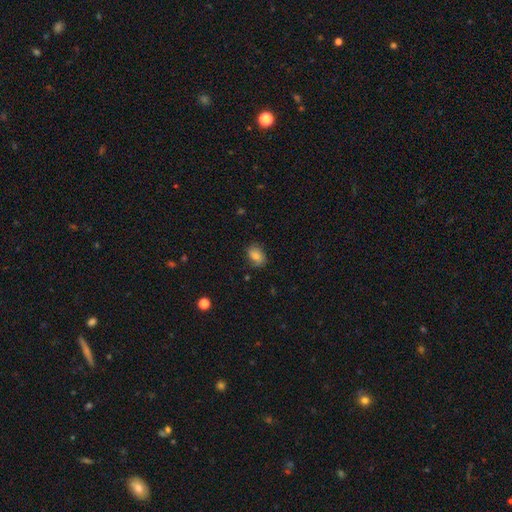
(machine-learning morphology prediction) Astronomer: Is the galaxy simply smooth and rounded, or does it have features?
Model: smooth — 72%.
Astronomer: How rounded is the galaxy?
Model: in between — 79%.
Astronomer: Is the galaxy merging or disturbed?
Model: none — 76%.